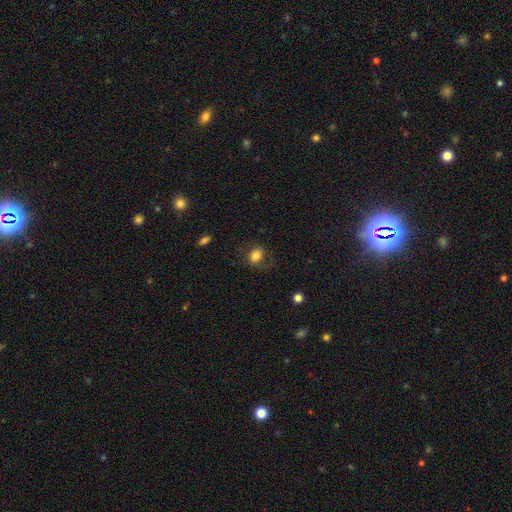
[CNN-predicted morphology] smooth-or-featured: smooth: 75% | featured or disk: 16% | star or artifact: 9%
  how-rounded: in between: 59% | round: 40% | cigar-shaped: 1%
  merging: none: 63% | minor disturbance: 20% | major disturbance: 16% | merger: 2%